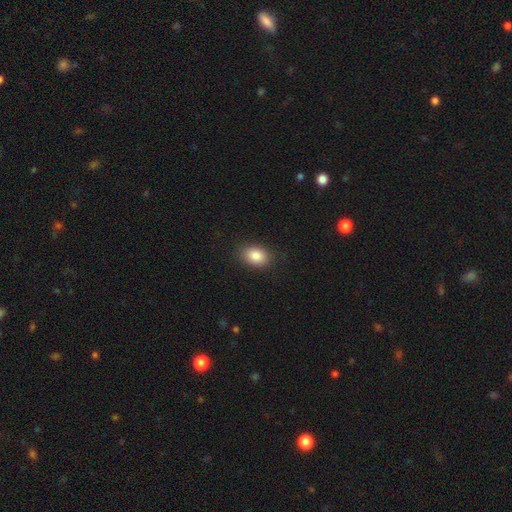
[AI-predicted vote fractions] Morphology: type=smooth (86%); roundness=in between (76%); merging=none (87%).